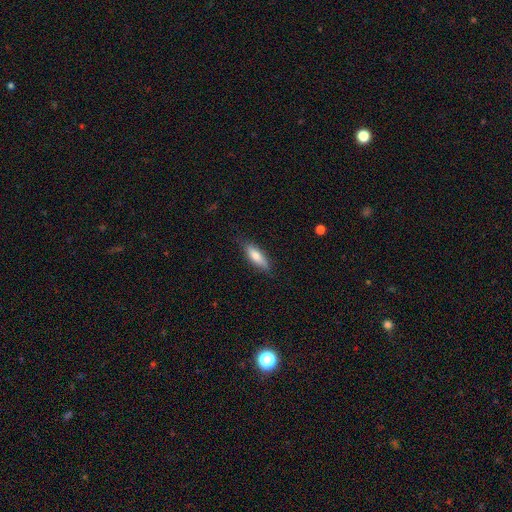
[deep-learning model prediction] This is likely a smooth galaxy (74%). How rounded: possibly cigar-shaped (49%, tied with in between). Merging: clearly none (82%).